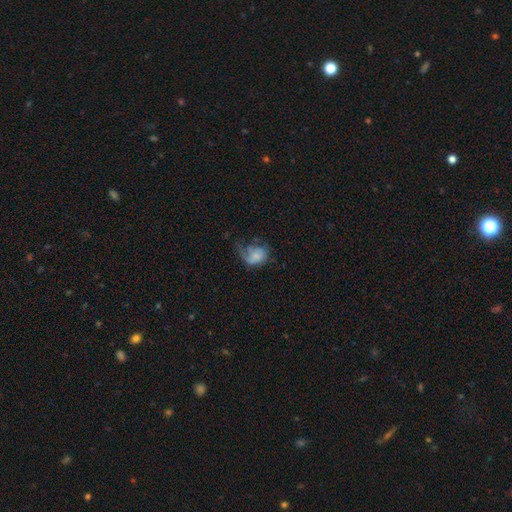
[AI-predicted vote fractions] Overall: smooth (55%; featured or disk 35%). How rounded: in between (59%; round 40%). Merging: major disturbance (48%; minor disturbance 24%).